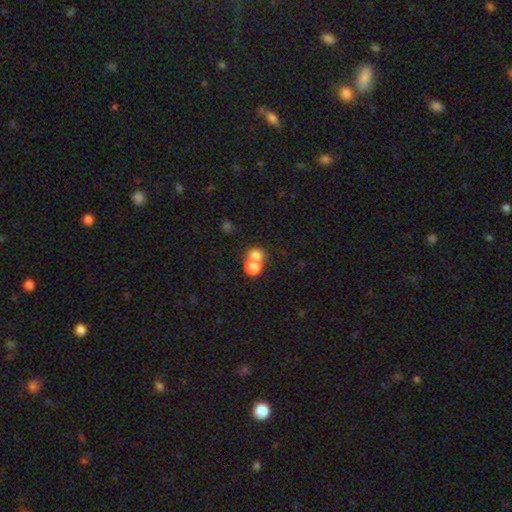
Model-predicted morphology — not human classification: Overall: smooth (76%). How rounded: round (75%). Merging: merger (63%; none 29%).